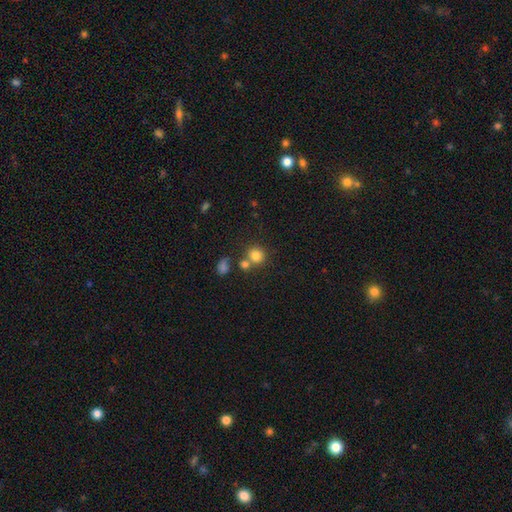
Volunteers were most divided on "merging": none: 64%, merger: 22%, minor disturbance: 11%, major disturbance: 3%. More confident: how rounded — round (97%); smooth or featured — smooth (89%).